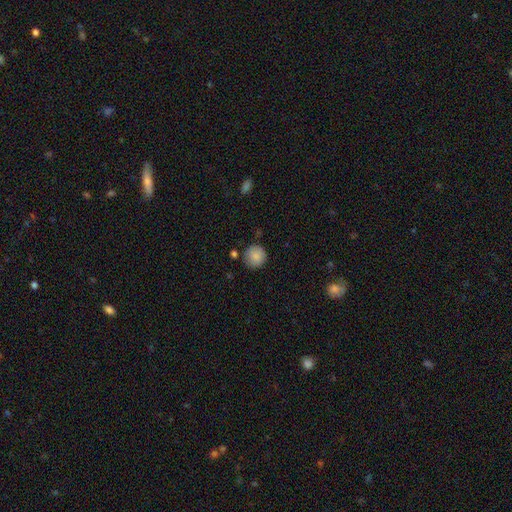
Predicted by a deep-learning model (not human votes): A smooth galaxy with no disk features (87%) that is round (93%).

Vote fractions:
- Smooth or featured? smooth: 87% / star or artifact: 8% / featured or disk: 5%
- How rounded? round: 93% / in between: 6% / cigar-shaped: 1%
- Merging? none: 82% / minor disturbance: 12% / merger: 4% / major disturbance: 3%